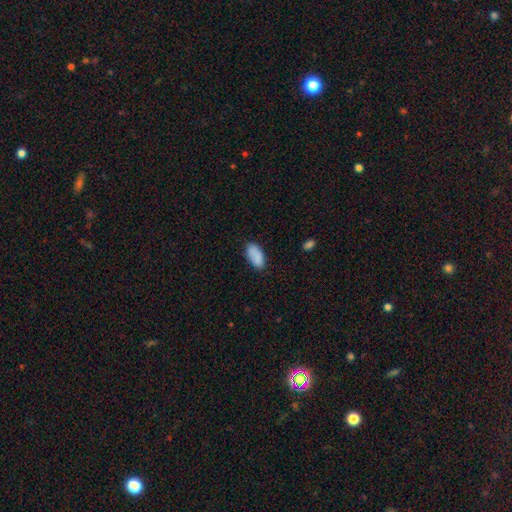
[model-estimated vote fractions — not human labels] This is clearly a smooth galaxy (87%). How rounded: clearly in between (93%). Merging: likely none (77%).